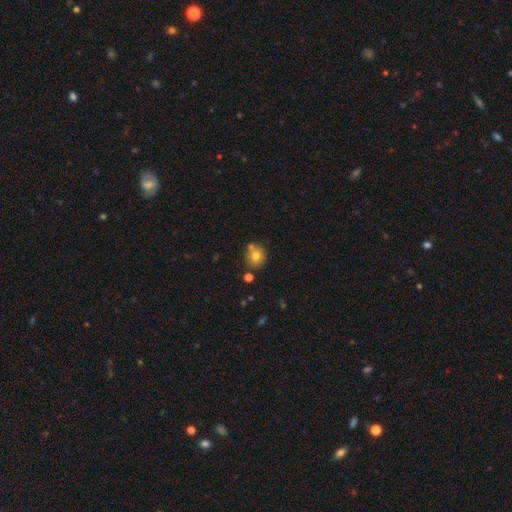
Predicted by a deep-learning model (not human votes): smooth-or-featured: smooth: 76% | featured or disk: 12% | star or artifact: 12%
  how-rounded: round: 85% | in between: 14% | cigar-shaped: 1%
  merging: none: 69% | merger: 17% | minor disturbance: 11% | major disturbance: 3%